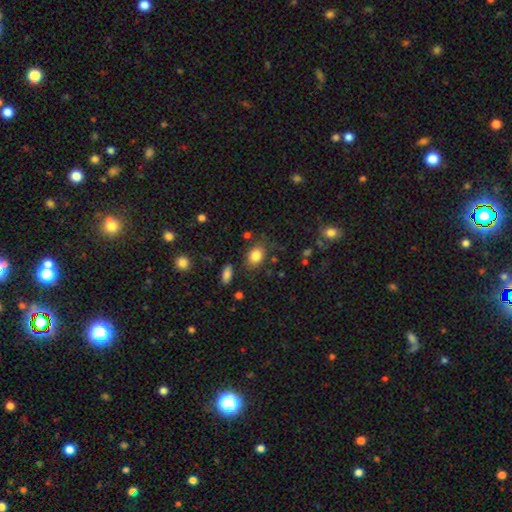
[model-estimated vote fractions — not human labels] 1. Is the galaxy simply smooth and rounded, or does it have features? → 83% smooth, 9% star or artifact, 8% featured or disk.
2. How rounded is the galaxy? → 72% in between, 27% round, 1% cigar-shaped.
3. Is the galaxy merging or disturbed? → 75% none, 17% minor disturbance, 5% major disturbance, 3% merger.